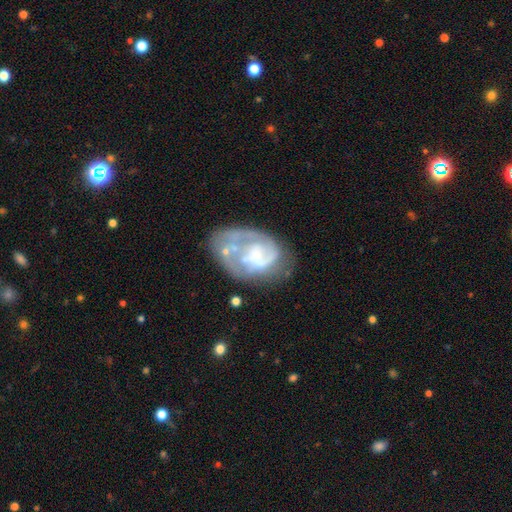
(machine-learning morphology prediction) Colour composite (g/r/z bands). It shows a featured or disk galaxy (68%) with no bar (76%), spiral arms (53%) and no central bulge (46%). Merging: none (39%).